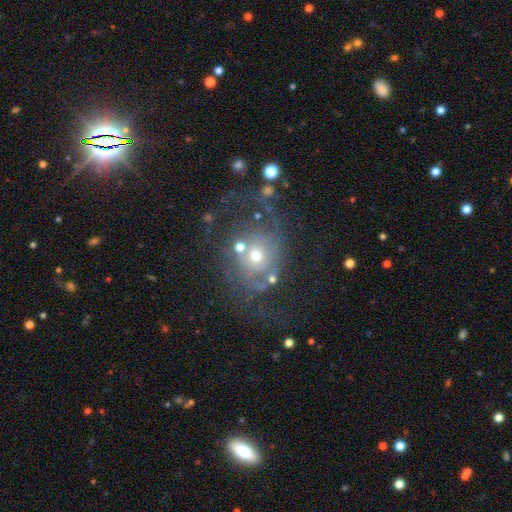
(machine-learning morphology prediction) This appears to be a featured or disk galaxy (64%) with no bar (84%), spiral arms (68%) and a moderate central bulge (52%). Merging: none (50%).